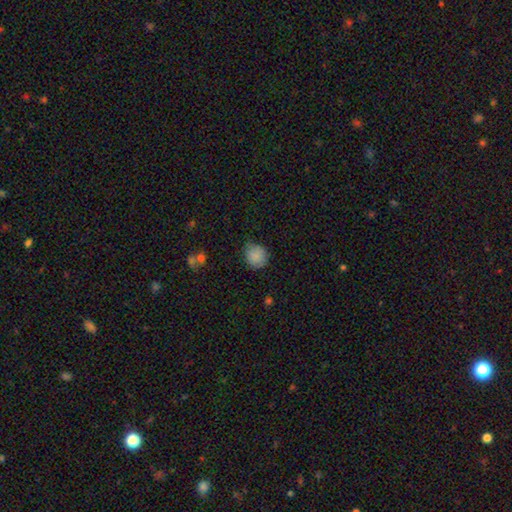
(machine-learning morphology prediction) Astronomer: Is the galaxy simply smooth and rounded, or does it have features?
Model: smooth — 86%.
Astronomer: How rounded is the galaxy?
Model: round — 80%.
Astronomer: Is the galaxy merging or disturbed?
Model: none — 72%.